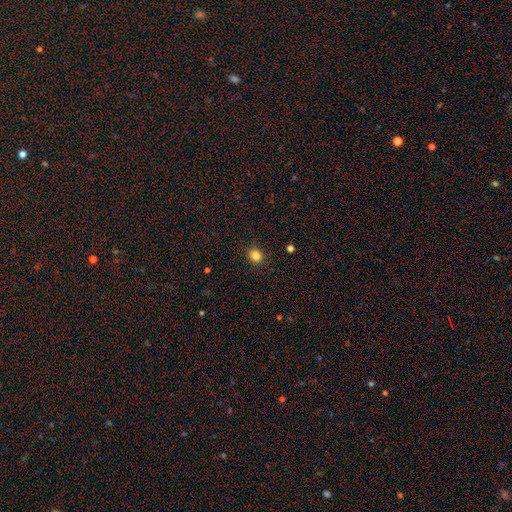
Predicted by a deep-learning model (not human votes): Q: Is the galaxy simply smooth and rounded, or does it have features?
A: smooth — 83%.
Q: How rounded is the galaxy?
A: round — 73%.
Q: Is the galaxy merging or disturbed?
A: none — 90%.